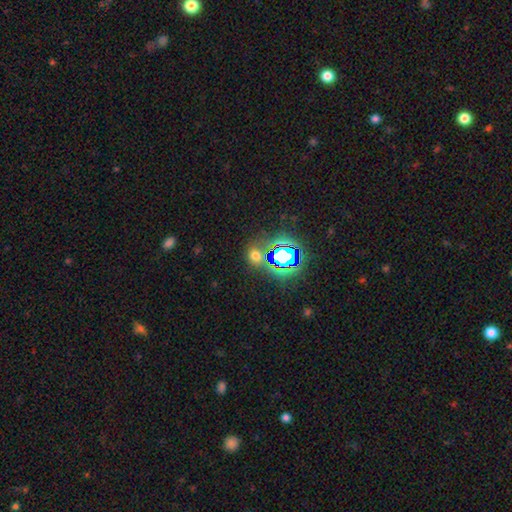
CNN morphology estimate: smooth-or-featured: smooth: 46% (tied) | star or artifact: 46% (tied) | featured or disk: 8%
  merging: none: 72% | merger: 11% | minor disturbance: 11% | major disturbance: 6%